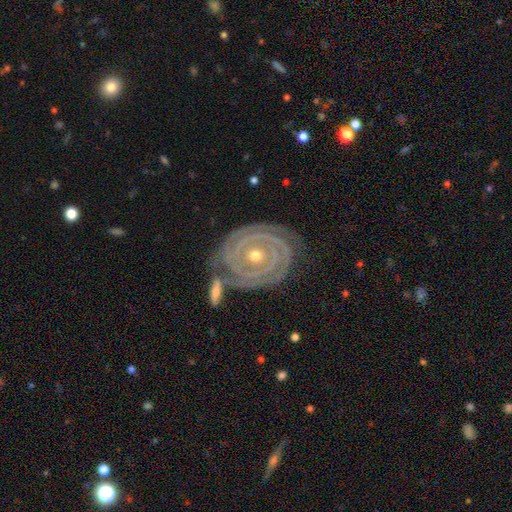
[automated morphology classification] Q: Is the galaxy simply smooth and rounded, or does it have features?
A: featured or disk — 92%.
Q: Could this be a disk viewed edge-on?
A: no — 97%.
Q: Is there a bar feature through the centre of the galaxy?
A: no — 75%.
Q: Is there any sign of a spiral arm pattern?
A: yes — 98%.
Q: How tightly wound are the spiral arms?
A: tight — 92%.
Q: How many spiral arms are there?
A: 2 — 63%.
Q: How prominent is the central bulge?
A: small — 50%.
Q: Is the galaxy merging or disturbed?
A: none — 76%.